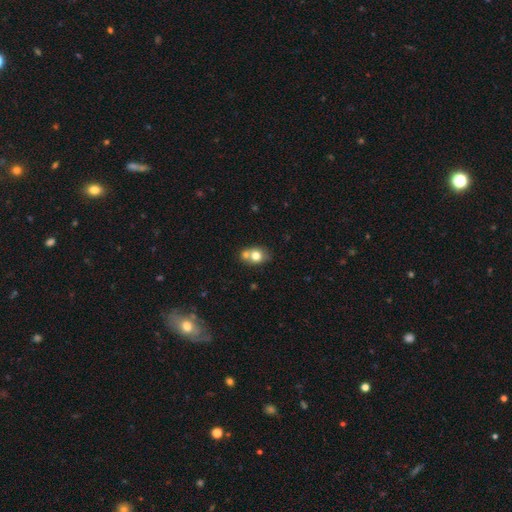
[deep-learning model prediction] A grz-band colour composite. It shows a smooth galaxy with no disk features (72%) that is round (54%). Merging: none (45%).